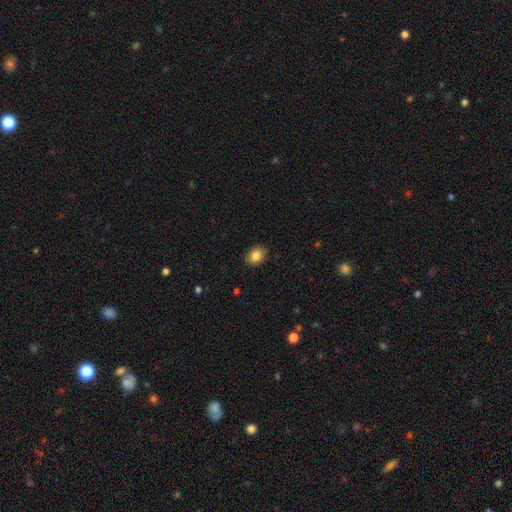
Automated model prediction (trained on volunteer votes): smooth-or-featured: smooth: 85% | star or artifact: 8% | featured or disk: 7%
  how-rounded: in between: 65% | round: 34% | cigar-shaped: 1%
  merging: none: 90% | minor disturbance: 7% | major disturbance: 2% | merger: 1%